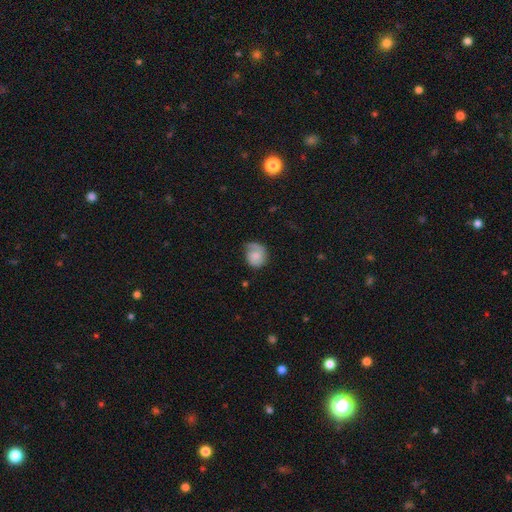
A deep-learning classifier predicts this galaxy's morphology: Smooth or featured?
  - featured or disk: 49% *
  - smooth: 44%
  - star or artifact: 7%
Merging?
  - none: 52% *
  - minor disturbance: 30%
  - major disturbance: 16%
  - merger: 2%